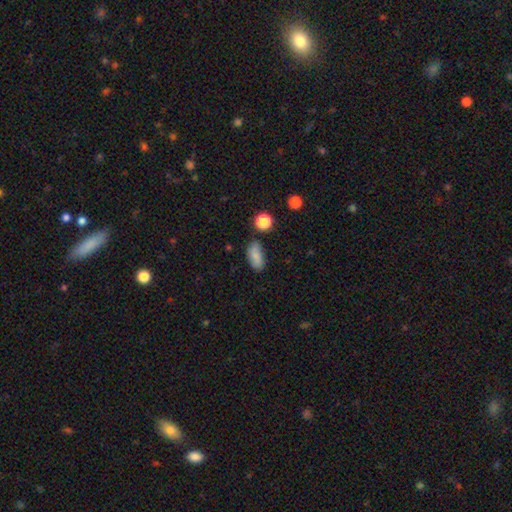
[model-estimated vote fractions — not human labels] Smooth or featured? Predicted: smooth (p=0.83). How rounded? Predicted: in between (p=0.89). Merging? Predicted: none (p=0.77).